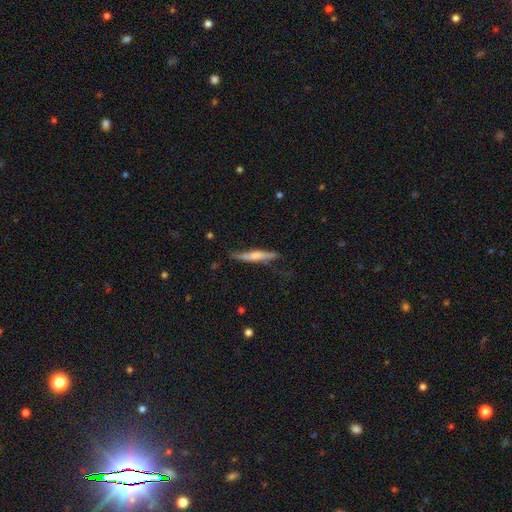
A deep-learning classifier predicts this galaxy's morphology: This is possibly a featured or disk galaxy (48%). Merging: likely none (70%).